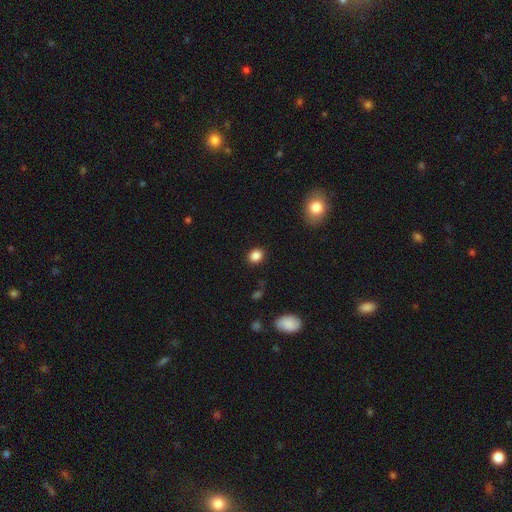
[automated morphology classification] A smooth galaxy with no disk features (86%) that is round (62%). Merging: none (87%).